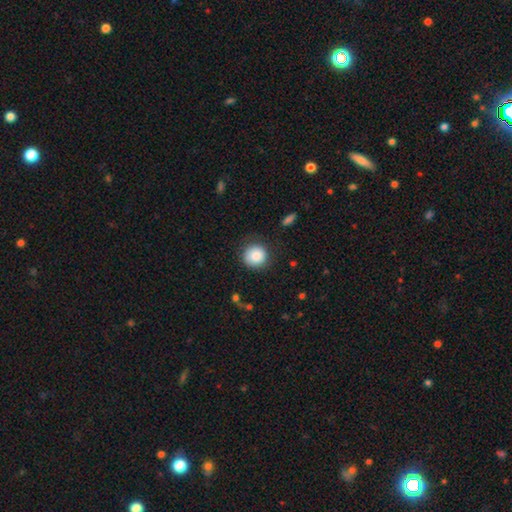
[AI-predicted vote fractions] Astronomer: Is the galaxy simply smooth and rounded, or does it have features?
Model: smooth — 87%.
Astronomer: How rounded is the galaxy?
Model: round — 93%.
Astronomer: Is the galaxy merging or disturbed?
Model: none — 82%.